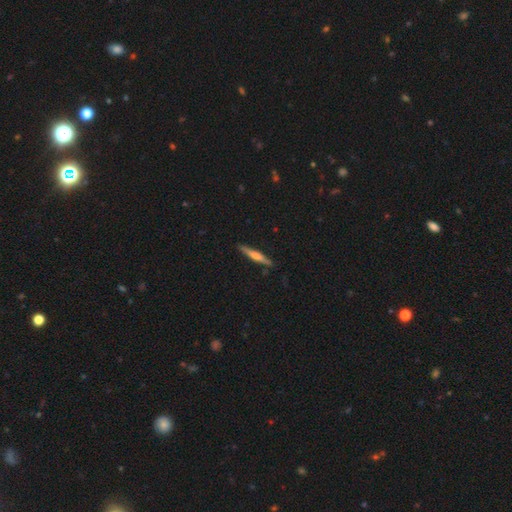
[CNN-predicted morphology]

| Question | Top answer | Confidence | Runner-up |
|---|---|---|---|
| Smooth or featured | featured or disk | 60% | smooth (35%) |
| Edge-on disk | yes | 97% | no (3%) |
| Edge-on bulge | rounded | 73% | boxy (14%) |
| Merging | none | 89% | minor disturbance (8%) |